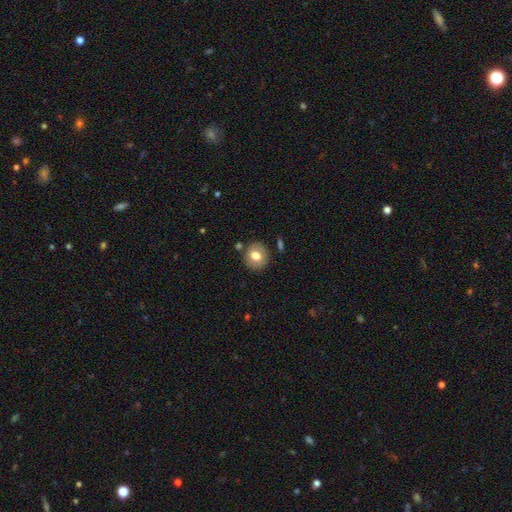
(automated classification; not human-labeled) smooth_or_featured: smooth (p=0.76) [alt: featured or disk p=0.15]
how_rounded: round (p=0.86) [alt: in between p=0.13]
merging: none (p=0.84) [alt: minor disturbance p=0.09]